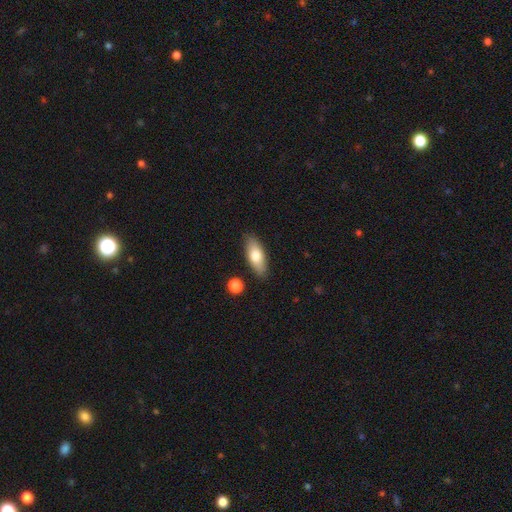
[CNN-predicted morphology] The model was most divided on "smooth or featured": smooth: 74%, featured or disk: 20%, star or artifact: 6%. More confident: merging — none (85%); how rounded — in between (76%).